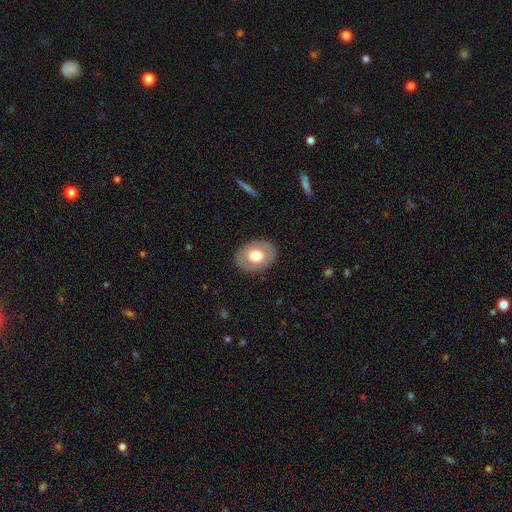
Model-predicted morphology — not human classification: A smooth galaxy with no disk features (61%) that is in between round and cigar-shaped (68%). Merging: none (86%).